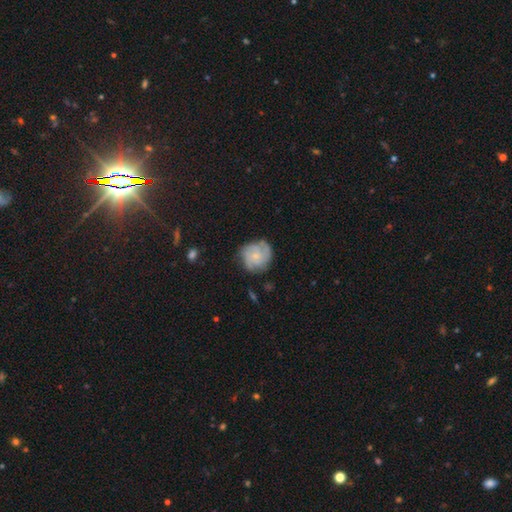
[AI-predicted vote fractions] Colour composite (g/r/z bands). It shows a featured or disk galaxy (67%) with no bar (77%), 3 (32%) tight (55%) spiral arms (89%) and a small central bulge (69%). Merging: none (70%).